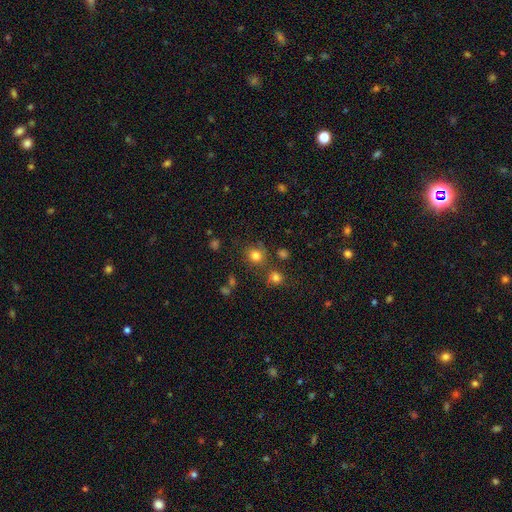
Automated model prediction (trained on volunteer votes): Smooth or featured? smooth (79%)
How rounded? round (84%)
Merging? none (76%)